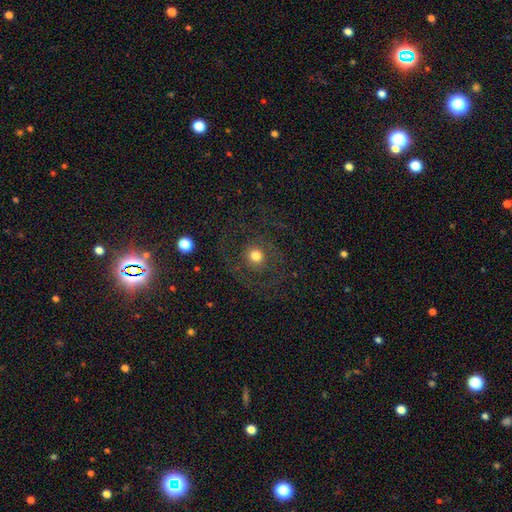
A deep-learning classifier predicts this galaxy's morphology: smooth_or_featured: smooth (p=0.47) [alt: featured or disk p=0.38]
merging: none (p=0.72) [alt: major disturbance p=0.15]